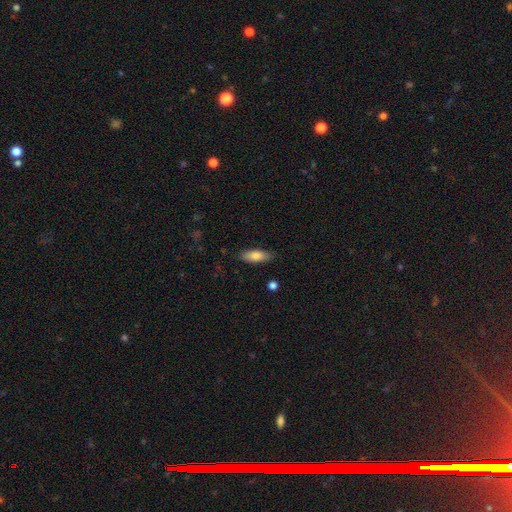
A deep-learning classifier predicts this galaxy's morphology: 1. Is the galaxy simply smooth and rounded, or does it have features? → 79% smooth, 14% featured or disk, 7% star or artifact.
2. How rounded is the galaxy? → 69% in between, 29% cigar-shaped, 2% round.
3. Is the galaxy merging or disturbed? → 84% none, 12% minor disturbance, 2% major disturbance, 1% merger.